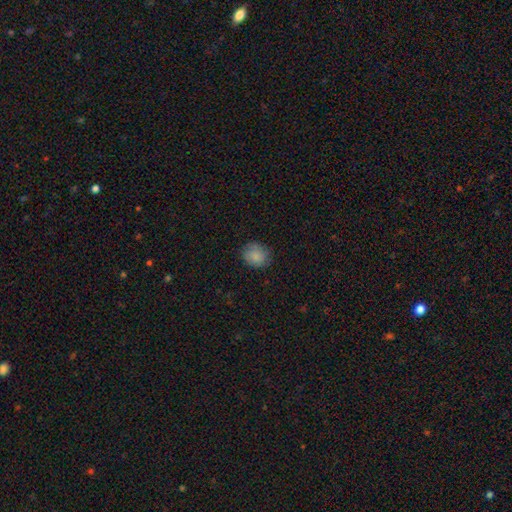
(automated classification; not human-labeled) smooth-or-featured: smooth: 82% | featured or disk: 9% | star or artifact: 8%
  how-rounded: round: 68% | in between: 32% | cigar-shaped: 1%
  merging: none: 79% | minor disturbance: 16% | major disturbance: 4% | merger: 1%